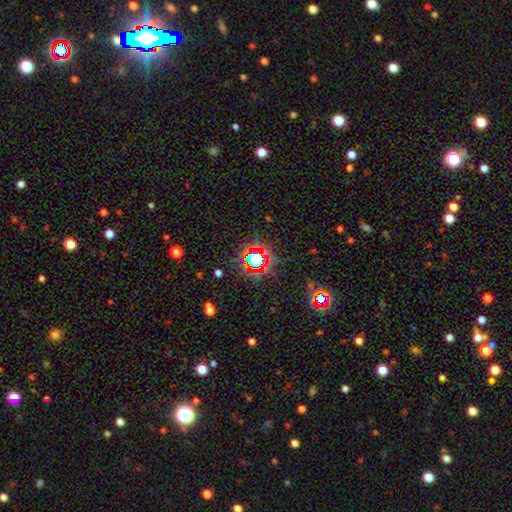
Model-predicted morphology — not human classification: The model was most divided on "smooth or featured": star or artifact: 72%, smooth: 18%, featured or disk: 10%.